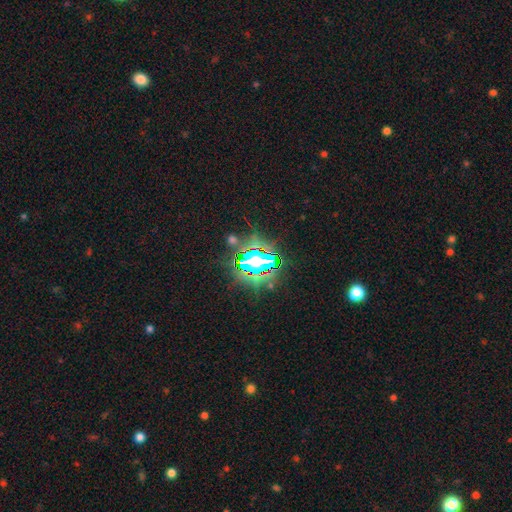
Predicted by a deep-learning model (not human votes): Smooth or featured? star or artifact (80%)